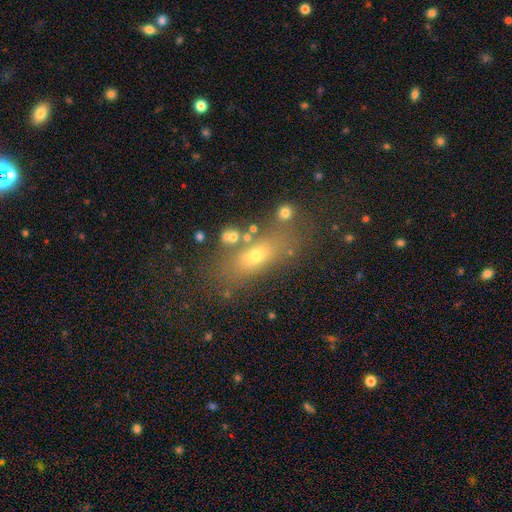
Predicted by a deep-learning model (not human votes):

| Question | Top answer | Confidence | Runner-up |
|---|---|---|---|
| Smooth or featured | smooth | 60% | featured or disk (24%) |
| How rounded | in between | 63% | cigar-shaped (26%) |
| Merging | none | 65% | minor disturbance (15%) |